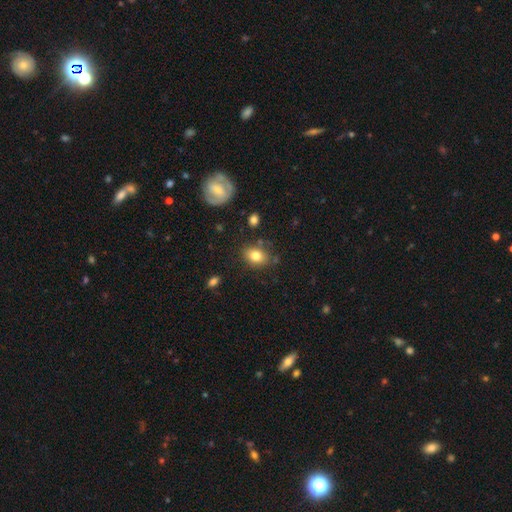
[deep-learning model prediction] Smooth or featured: smooth — 80% (featured or disk — 11%)
How rounded: in between — 65% (round — 34%)
Merging: none — 76% (minor disturbance — 16%)